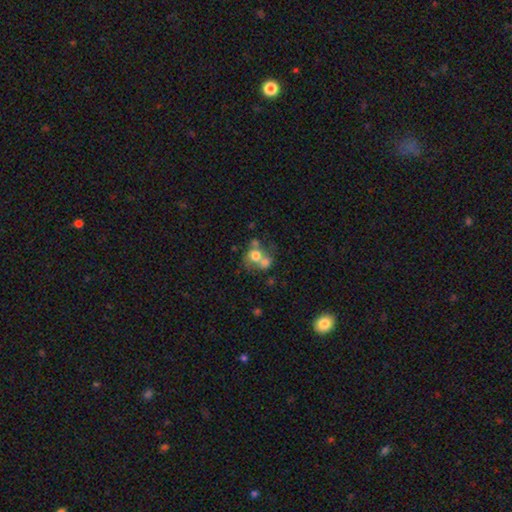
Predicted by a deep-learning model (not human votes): A smooth galaxy with no disk features (65%) that is round (68%). Merging: merger (57%).